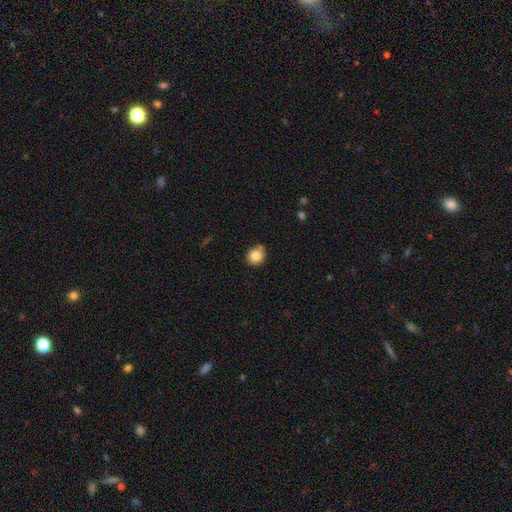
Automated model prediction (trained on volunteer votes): Q: Smooth or featured?
A: smooth (84%); runner-up: star or artifact (10%)
Q: How rounded?
A: round (83%); runner-up: in between (16%)
Q: Merging?
A: none (74%); runner-up: minor disturbance (17%)